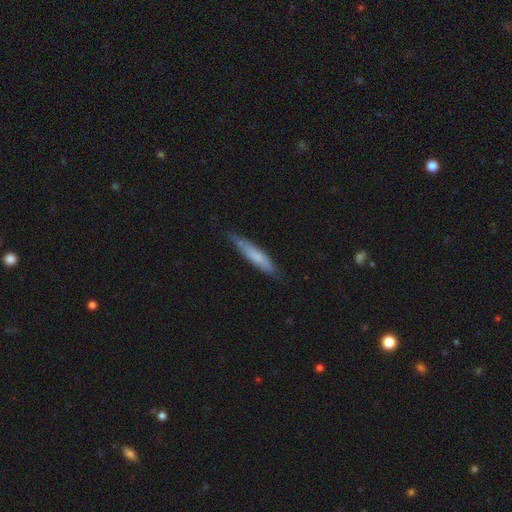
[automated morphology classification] smooth_or_featured: smooth (p=0.66) [alt: featured or disk p=0.27]
how_rounded: cigar-shaped (p=0.88) [alt: in between p=0.11]
merging: none (p=0.72) [alt: minor disturbance p=0.22]